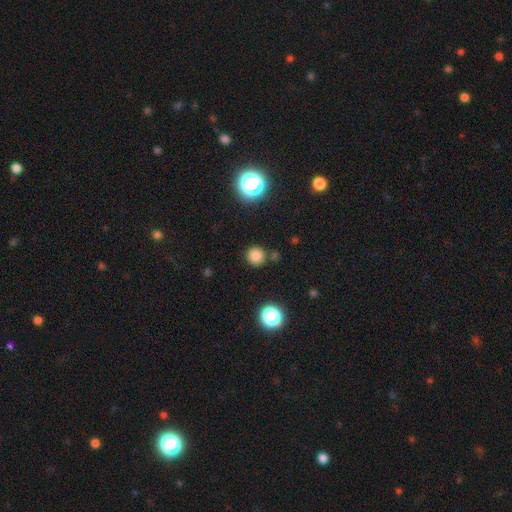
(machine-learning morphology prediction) Smooth or featured? Predicted: smooth (p=0.80). How rounded? Predicted: round (p=0.93). Merging? Predicted: none (p=0.83).